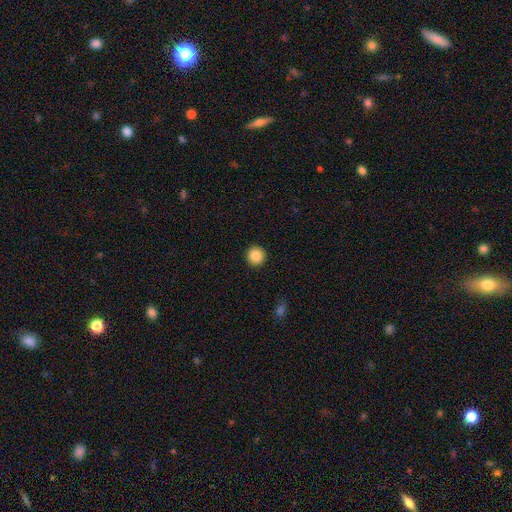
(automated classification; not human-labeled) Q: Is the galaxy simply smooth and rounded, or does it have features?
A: smooth — 86%.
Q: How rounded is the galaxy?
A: round — 96%.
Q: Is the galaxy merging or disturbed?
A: none — 93%.